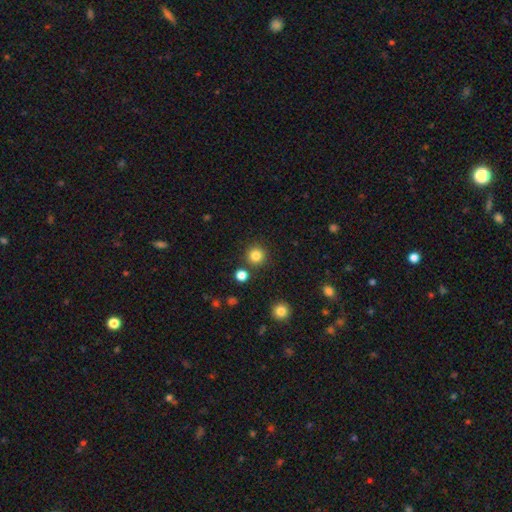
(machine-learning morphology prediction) The model was most divided on "smooth or featured": smooth: 83%, star or artifact: 12%, featured or disk: 4%. More confident: how rounded — round (95%); merging — none (87%).